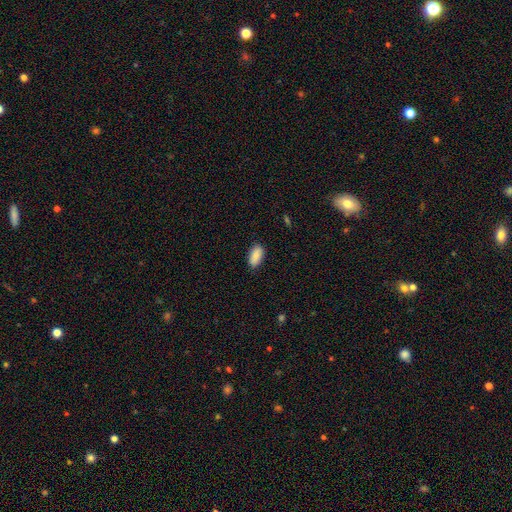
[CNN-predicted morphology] A smooth galaxy with no disk features (87%) that is in between round and cigar-shaped (93%). Merging: none (85%).